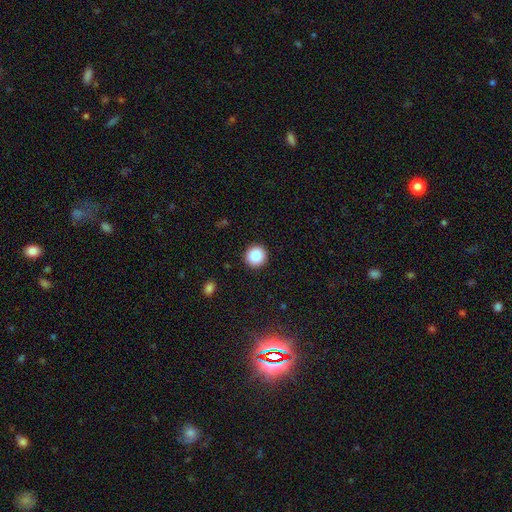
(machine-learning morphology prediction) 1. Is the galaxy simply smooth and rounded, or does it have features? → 88% smooth, 9% star or artifact, 3% featured or disk.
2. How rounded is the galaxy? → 95% round, 4% in between, 1% cigar-shaped.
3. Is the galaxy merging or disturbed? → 92% none, 5% minor disturbance, 2% major disturbance, 1% merger.